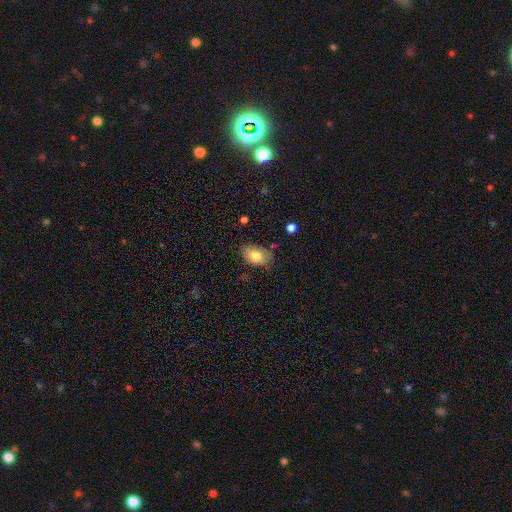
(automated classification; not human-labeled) Smooth or featured: smooth — 80% (featured or disk — 12%)
How rounded: in between — 88% (round — 11%)
Merging: none — 75% (minor disturbance — 18%)